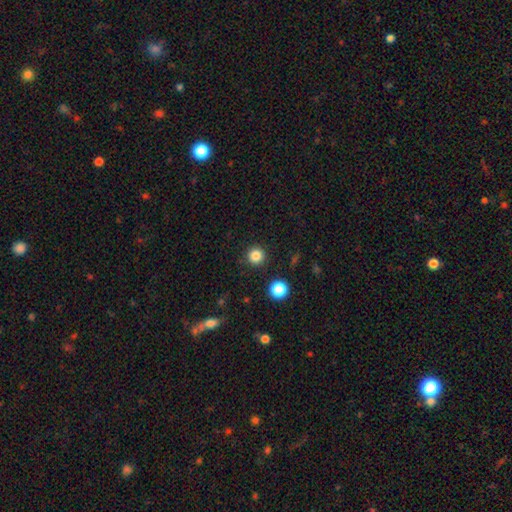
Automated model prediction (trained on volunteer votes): This appears to be a smooth galaxy with no disk features (83%) that is round (96%). Merging: none (91%).